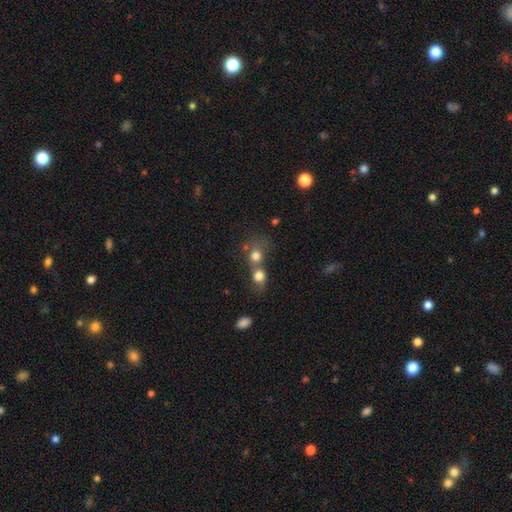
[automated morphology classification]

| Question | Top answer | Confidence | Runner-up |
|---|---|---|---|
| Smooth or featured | smooth | 74% | featured or disk (14%) |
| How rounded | round | 74% | in between (25%) |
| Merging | merger | 63% | none (25%) |